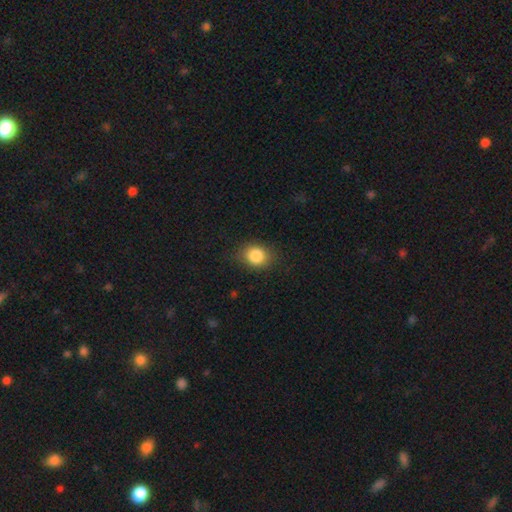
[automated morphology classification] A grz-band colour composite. It shows a smooth galaxy with no disk features (84%) that is round (62%). Merging: none (83%).